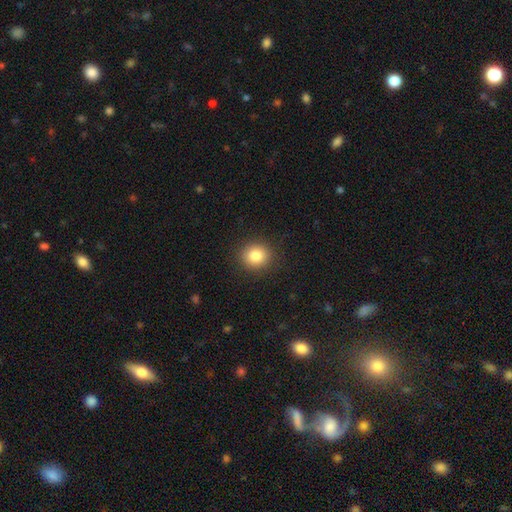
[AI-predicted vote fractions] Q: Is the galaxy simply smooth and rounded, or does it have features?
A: smooth — 83%.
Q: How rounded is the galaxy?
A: round — 85%.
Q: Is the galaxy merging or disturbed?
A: none — 91%.